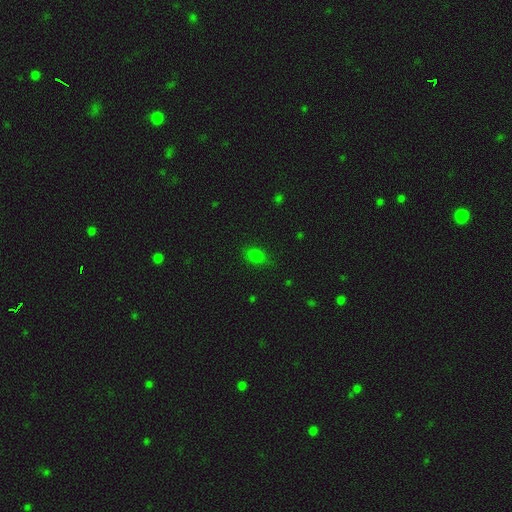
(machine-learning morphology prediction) Smooth or featured? Predicted: smooth (p=0.78). How rounded? Predicted: in between (p=0.62). Merging? Predicted: none (p=0.80).